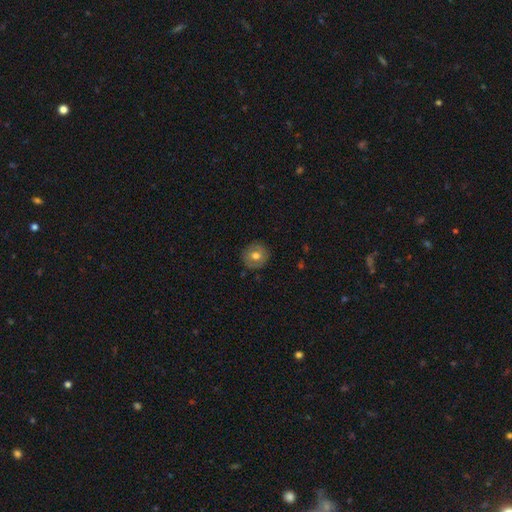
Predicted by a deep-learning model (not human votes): Smooth or featured: smooth — 67% (featured or disk — 25%)
How rounded: round — 89% (in between — 10%)
Merging: none — 86% (minor disturbance — 10%)